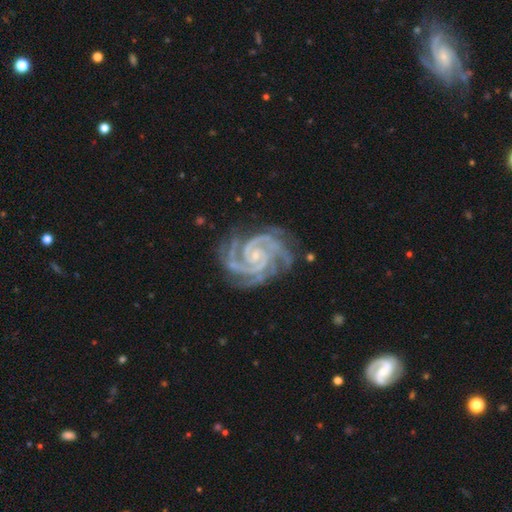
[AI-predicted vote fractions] Smooth or featured? Predicted: featured or disk (p=0.94). Edge-on disk? Predicted: no (p=0.98). Bar? Predicted: no (p=0.63). Spiral arms? Predicted: yes (p=0.99). Spiral winding? Predicted: tight (p=0.73). Spiral arm count? Predicted: 3 (p=0.37). Bulge size? Predicted: small (p=0.82). Merging? Predicted: none (p=0.74).